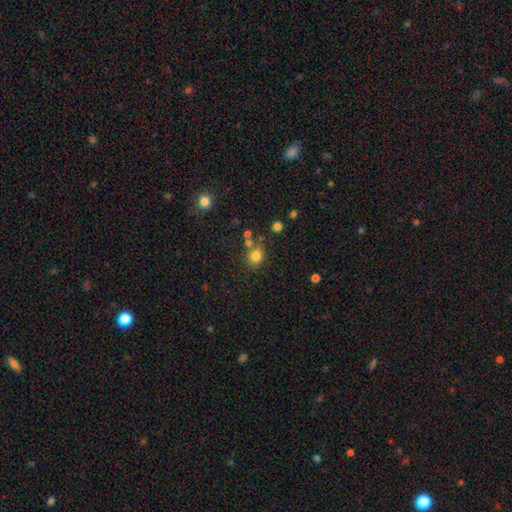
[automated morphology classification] smooth-or-featured: smooth: 80% | star or artifact: 13% | featured or disk: 7%
  how-rounded: round: 71% | in between: 28% | cigar-shaped: 1%
  merging: none: 70% | merger: 13% | minor disturbance: 13% | major disturbance: 4%